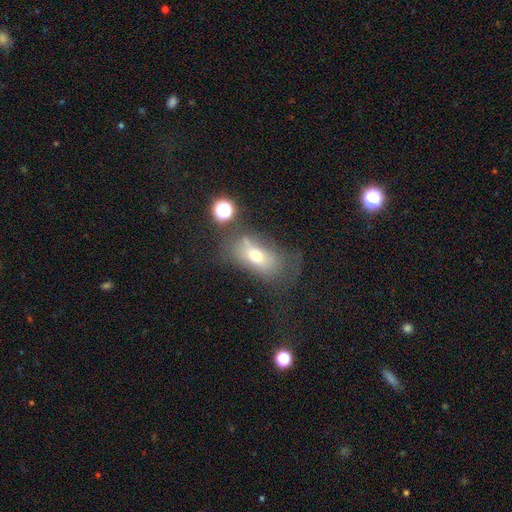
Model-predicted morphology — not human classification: A smooth galaxy with no disk features (58%) that is in between round and cigar-shaped (81%). Merging: none (39%).